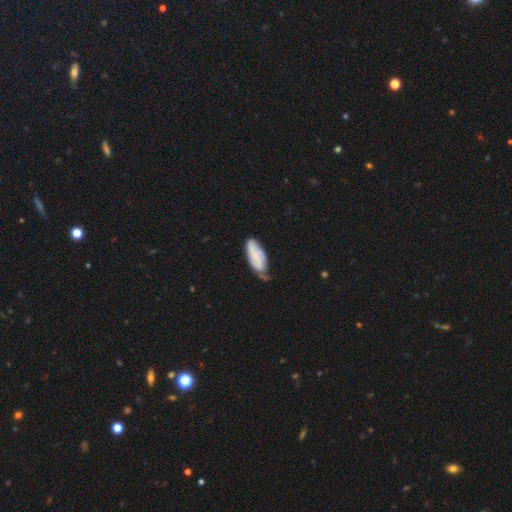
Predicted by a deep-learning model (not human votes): Q: Smooth or featured?
A: smooth (62%); runner-up: featured or disk (31%)
Q: How rounded?
A: in between (78%); runner-up: cigar-shaped (20%)
Q: Merging?
A: minor disturbance (41%); runner-up: none (39%)